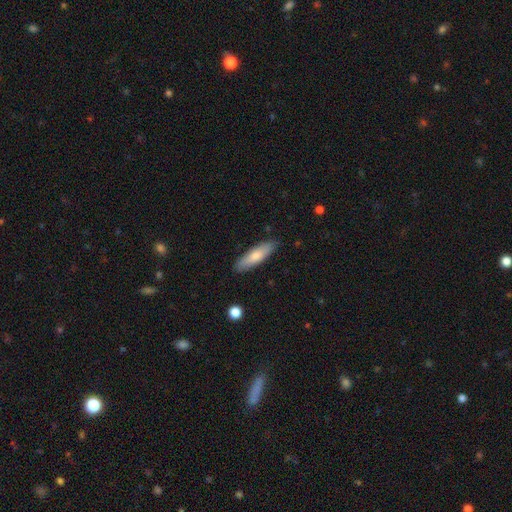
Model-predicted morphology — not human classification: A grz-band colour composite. It shows a smooth galaxy with no disk features (73%) that is cigar-shaped (66%). Merging: none (86%).